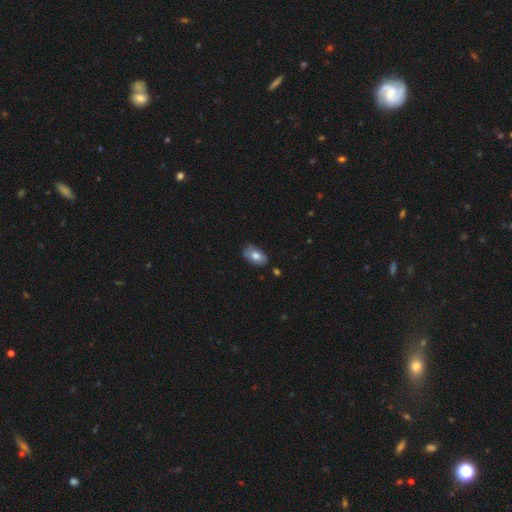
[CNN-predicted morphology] smooth 74%, featured or disk 19%, star or artifact 7%. Down the decision tree: how rounded — in between (91%); merging — none (75%).